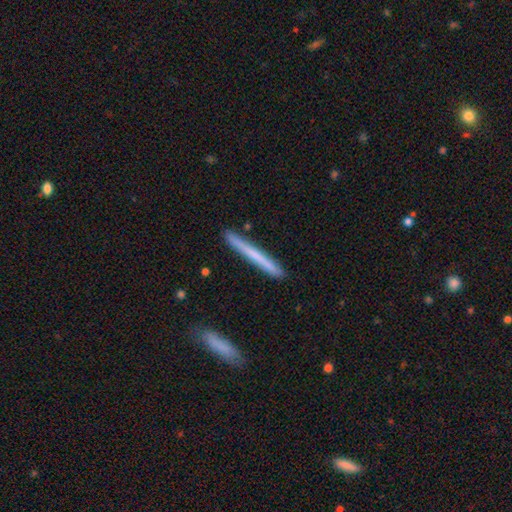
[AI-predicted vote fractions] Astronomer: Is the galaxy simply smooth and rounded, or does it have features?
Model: smooth — 59% (runner-up: featured or disk, 36%).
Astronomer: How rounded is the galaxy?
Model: cigar-shaped — 97%.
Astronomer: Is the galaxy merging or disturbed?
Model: none — 90%.